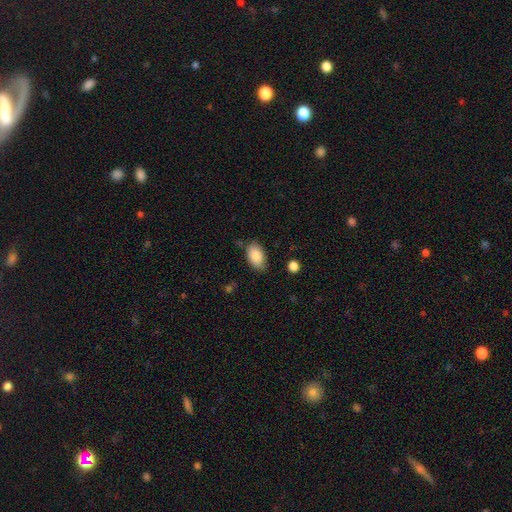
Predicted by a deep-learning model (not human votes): Overall: smooth (87%). How rounded: in between (92%). Merging: none (74%).